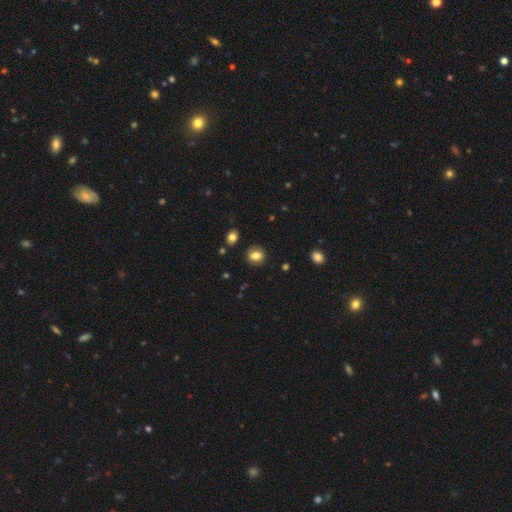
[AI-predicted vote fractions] A smooth galaxy with no disk features (76%) that is round (64%).

Vote fractions:
- Smooth or featured? smooth: 76% / featured or disk: 14% / star or artifact: 10%
- How rounded? round: 64% / in between: 34% / cigar-shaped: 1%
- Merging? none: 82% / minor disturbance: 12% / major disturbance: 3% / merger: 2%